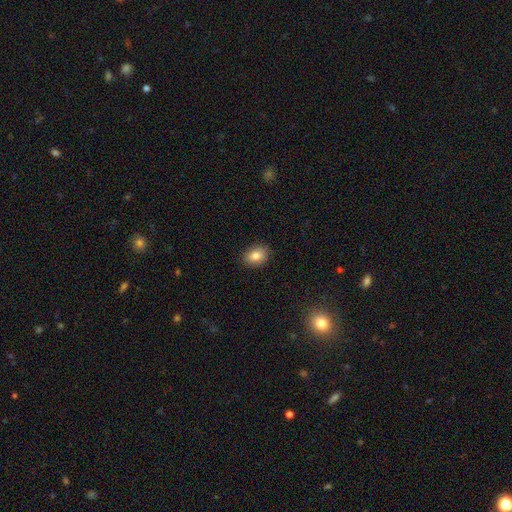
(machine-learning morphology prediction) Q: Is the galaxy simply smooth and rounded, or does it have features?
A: smooth — 82%.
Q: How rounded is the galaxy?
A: in between — 65%.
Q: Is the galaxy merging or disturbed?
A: none — 88%.